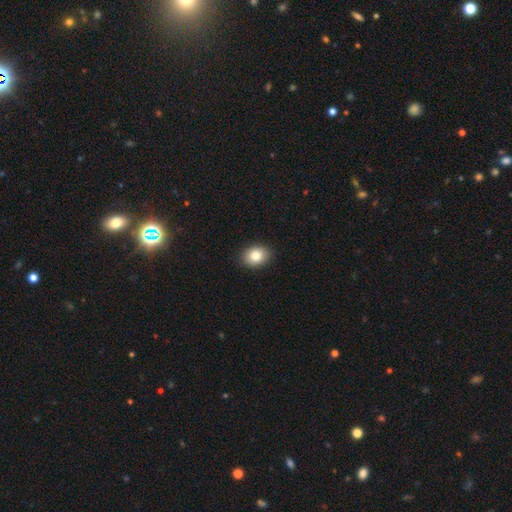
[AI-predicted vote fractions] A smooth galaxy with no disk features (83%) that is in between round and cigar-shaped (59%). Merging: none (90%).